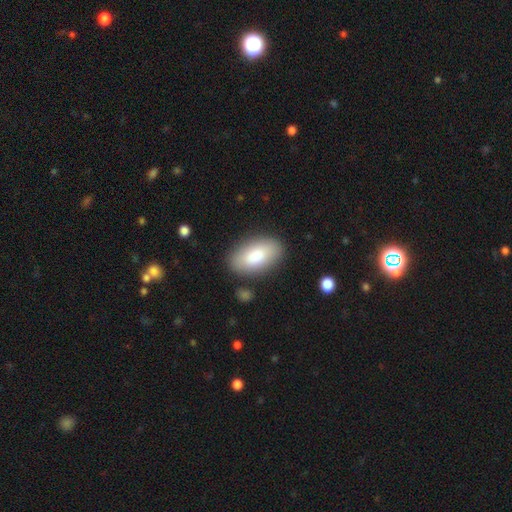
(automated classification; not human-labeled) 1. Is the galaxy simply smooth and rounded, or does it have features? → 83% smooth, 11% featured or disk, 6% star or artifact.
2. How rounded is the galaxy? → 94% in between, 3% round, 3% cigar-shaped.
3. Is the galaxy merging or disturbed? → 85% none, 10% minor disturbance, 3% major disturbance, 2% merger.